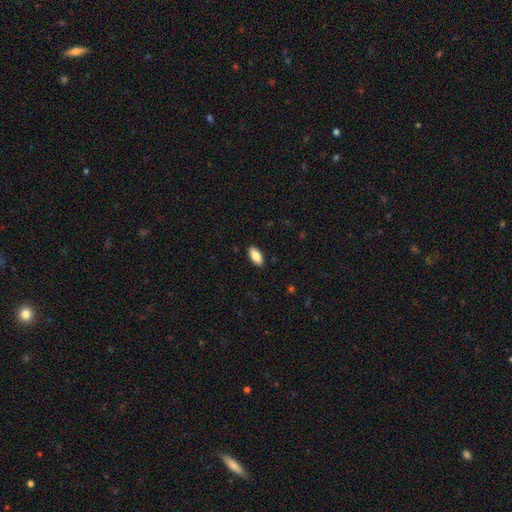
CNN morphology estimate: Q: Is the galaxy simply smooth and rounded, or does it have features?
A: smooth — 83%.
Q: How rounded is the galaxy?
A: in between — 88%.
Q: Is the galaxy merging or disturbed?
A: none — 89%.